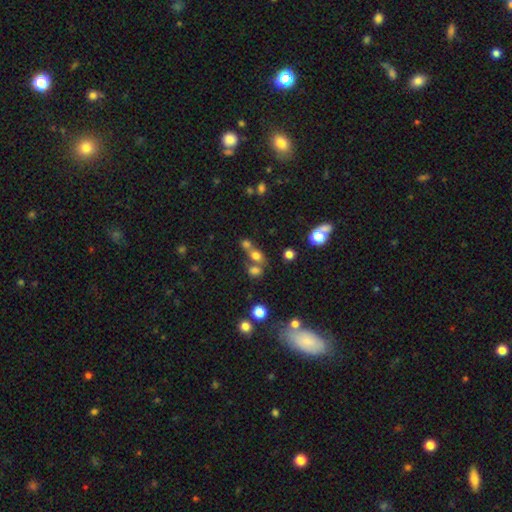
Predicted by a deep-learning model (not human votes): A smooth galaxy with no disk features (67%) that is in between round and cigar-shaped (54%). Merging: merger (49%).